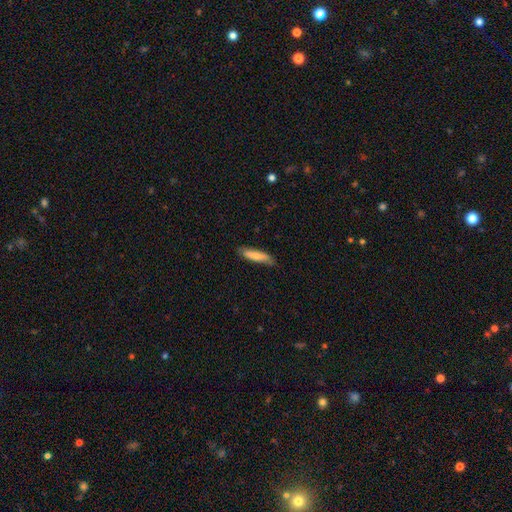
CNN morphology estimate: This is likely a smooth galaxy (75%). How rounded: likely cigar-shaped (79%). Merging: likely none (76%).